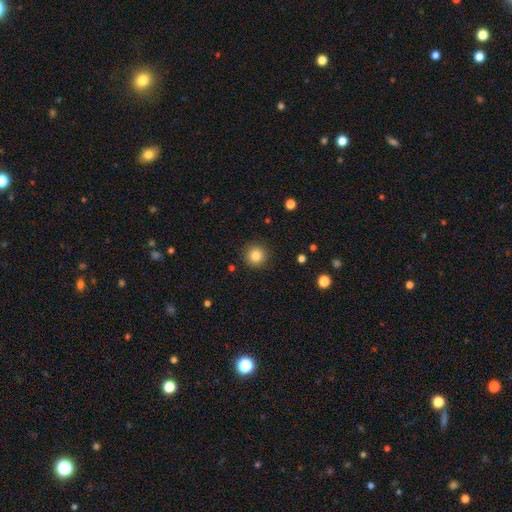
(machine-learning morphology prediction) smooth-or-featured: smooth: 84% | star or artifact: 11% | featured or disk: 5%
  how-rounded: round: 95% | in between: 5% | cigar-shaped: 1%
  merging: none: 90% | minor disturbance: 6% | major disturbance: 2% | merger: 1%